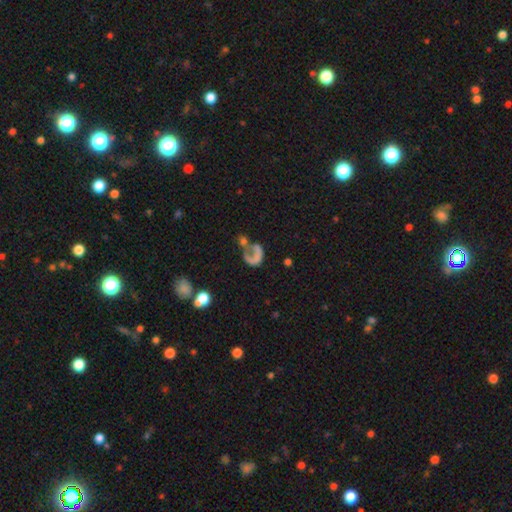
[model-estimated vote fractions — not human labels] featured or disk 49%, smooth 37%, star or artifact 15%. Down the decision tree: merging — major disturbance (40%).